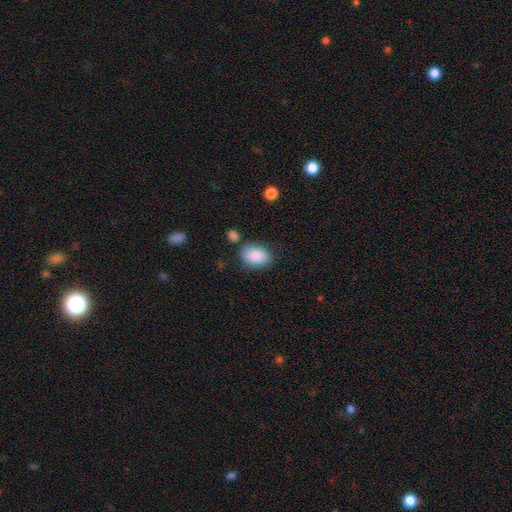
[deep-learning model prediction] Smooth or featured: smooth — 88% (star or artifact — 7%)
How rounded: in between — 86% (round — 13%)
Merging: none — 71% (minor disturbance — 18%)